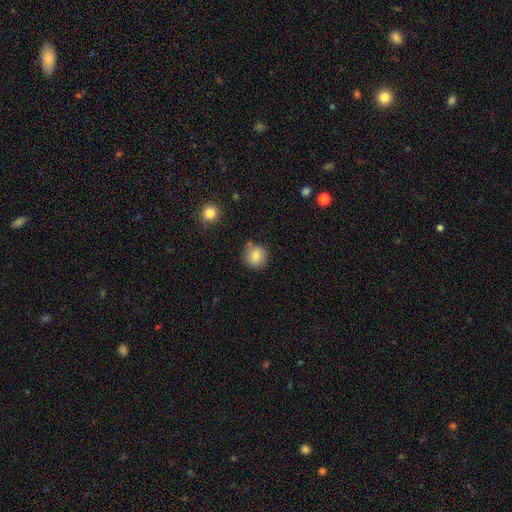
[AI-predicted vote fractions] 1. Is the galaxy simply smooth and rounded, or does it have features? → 81% smooth, 10% star or artifact, 9% featured or disk.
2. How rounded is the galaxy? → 90% round, 9% in between, 1% cigar-shaped.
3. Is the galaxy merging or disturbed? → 76% none, 16% minor disturbance, 5% merger, 3% major disturbance.